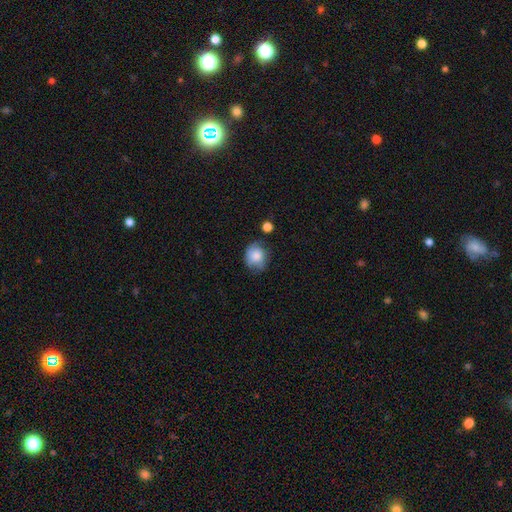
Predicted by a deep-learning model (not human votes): Smooth or featured? smooth (76%)
How rounded? round (65%)
Merging? none (57%)